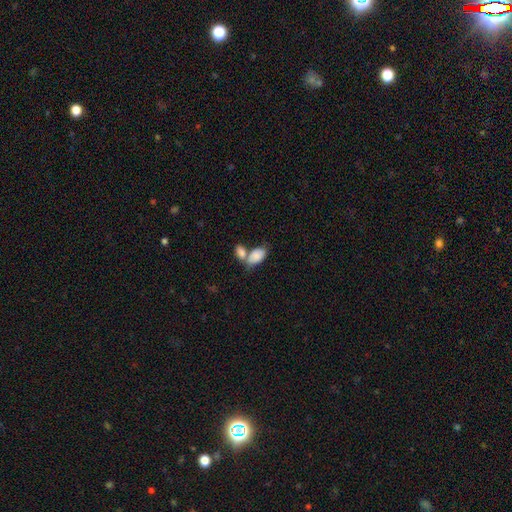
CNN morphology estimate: A smooth galaxy with no disk features (84%) that is in between round and cigar-shaped (93%). Merging: merger (54%).